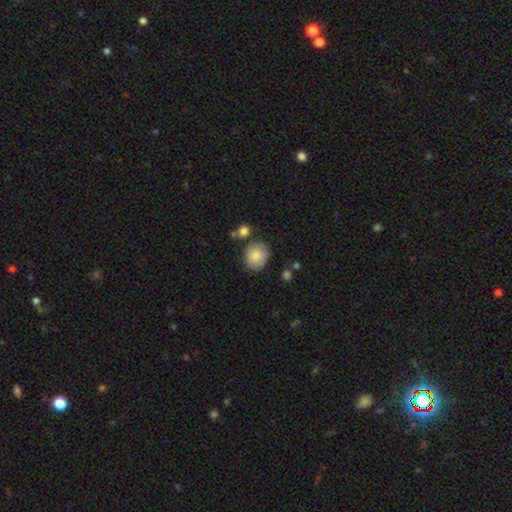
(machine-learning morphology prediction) Q: Smooth or featured?
A: smooth (84%); runner-up: featured or disk (9%)
Q: How rounded?
A: round (70%); runner-up: in between (29%)
Q: Merging?
A: none (73%); runner-up: minor disturbance (17%)